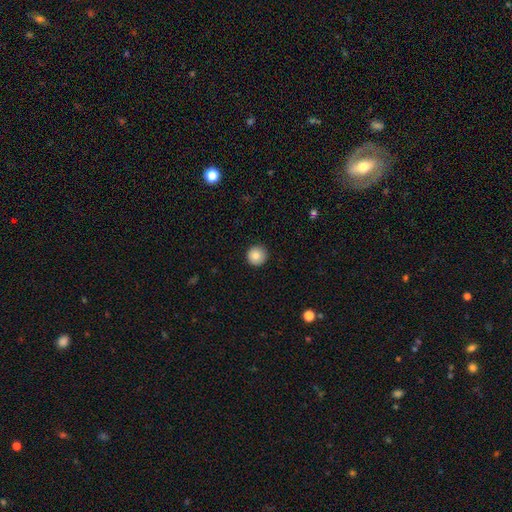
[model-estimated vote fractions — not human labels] Overall: smooth (85%). How rounded: round (96%). Merging: none (92%).